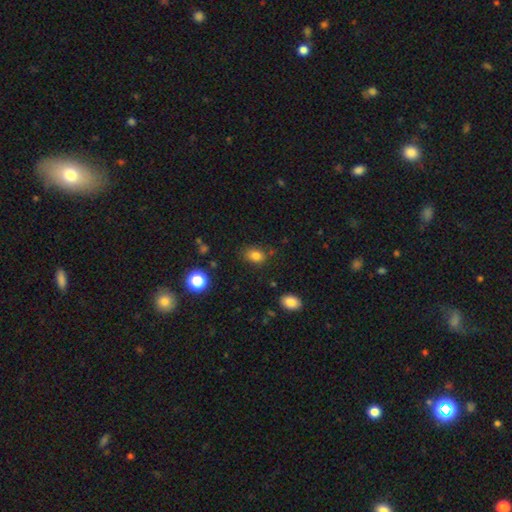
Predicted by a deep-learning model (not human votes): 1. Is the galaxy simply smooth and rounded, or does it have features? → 81% smooth, 12% star or artifact, 6% featured or disk.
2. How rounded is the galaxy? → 67% in between, 32% round, 1% cigar-shaped.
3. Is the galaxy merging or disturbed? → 76% none, 17% minor disturbance, 4% major disturbance, 3% merger.